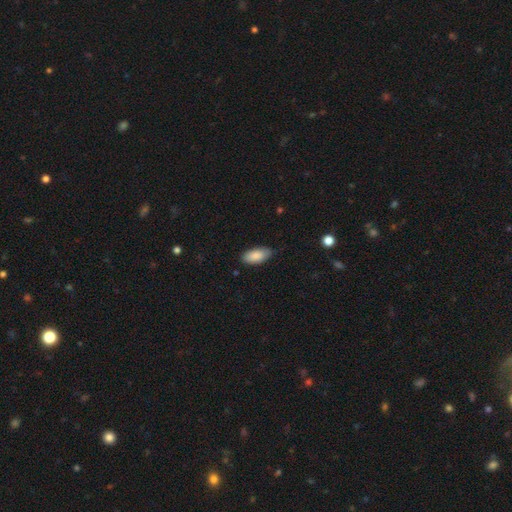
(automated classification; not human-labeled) This appears to be a smooth galaxy with no disk features (88%) that is in between round and cigar-shaped (90%). Merging: none (78%).